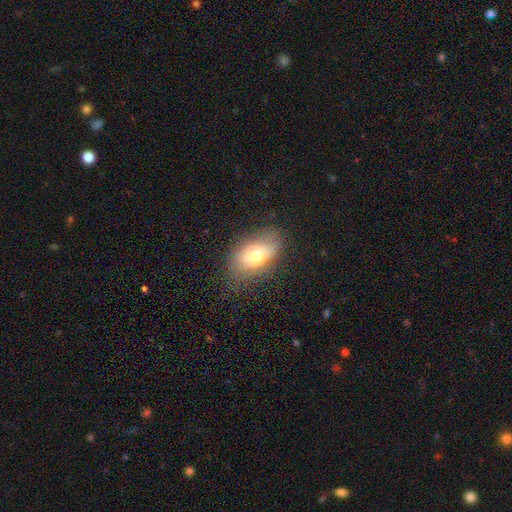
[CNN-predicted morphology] The model was most divided on "smooth or featured": smooth: 68%, featured or disk: 22%, star or artifact: 10%. More confident: how rounded — in between (85%); merging — none (69%).